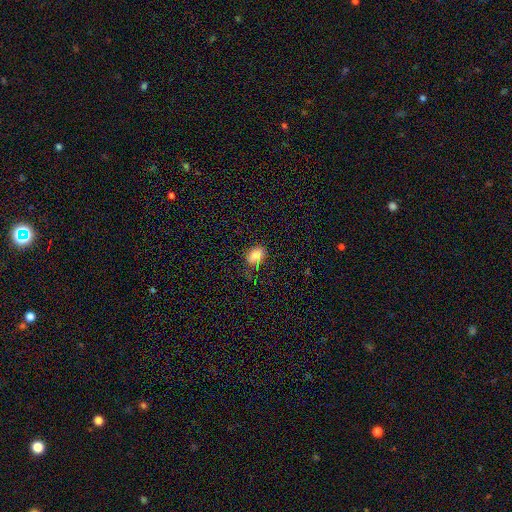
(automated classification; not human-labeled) Smooth or featured?
  - smooth: 82% *
  - star or artifact: 11%
  - featured or disk: 7%
How rounded?
  - in between: 78% *
  - round: 20%
  - cigar-shaped: 1%
Merging?
  - none: 63% *
  - minor disturbance: 24%
  - major disturbance: 10%
  - merger: 3%